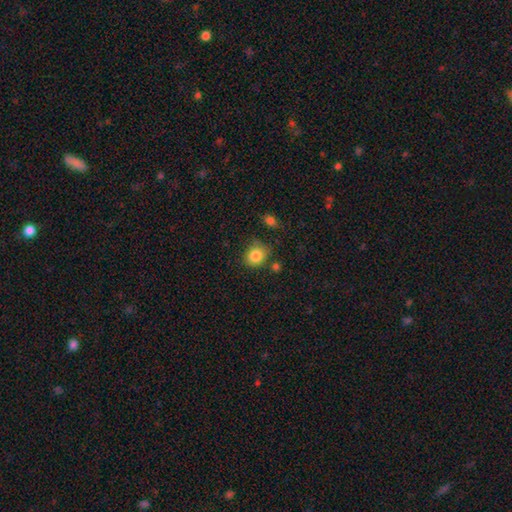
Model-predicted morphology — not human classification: smooth-or-featured: smooth: 84% | star or artifact: 10% | featured or disk: 6%
  how-rounded: round: 72% | in between: 27% | cigar-shaped: 1%
  merging: none: 73% | minor disturbance: 18% | merger: 5% | major disturbance: 4%